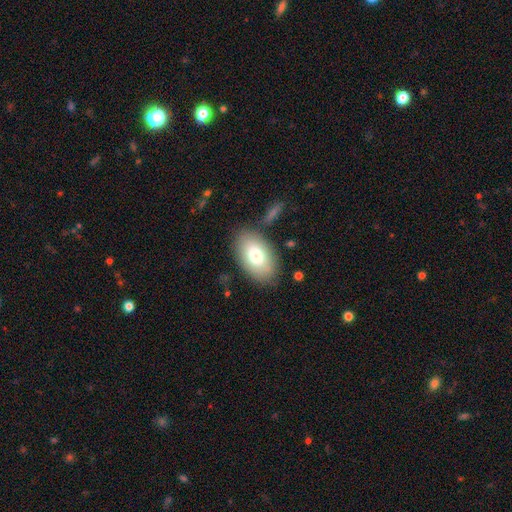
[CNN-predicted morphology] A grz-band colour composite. It shows a smooth galaxy with no disk features (77%) that is in between round and cigar-shaped (93%). Merging: none (80%).